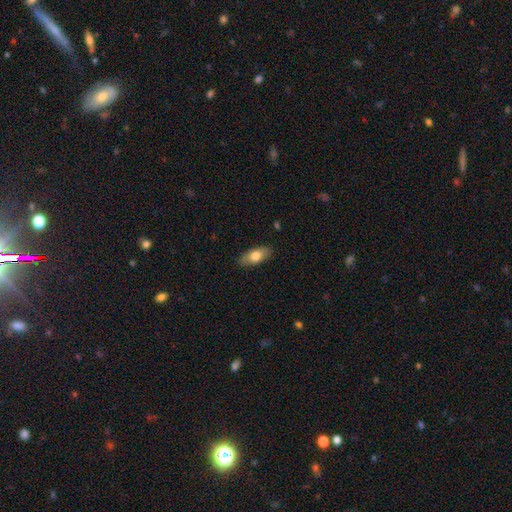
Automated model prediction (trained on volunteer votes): Smooth or featured: smooth — 72% (featured or disk — 22%)
How rounded: in between — 82% (cigar-shaped — 14%)
Merging: none — 87% (minor disturbance — 10%)